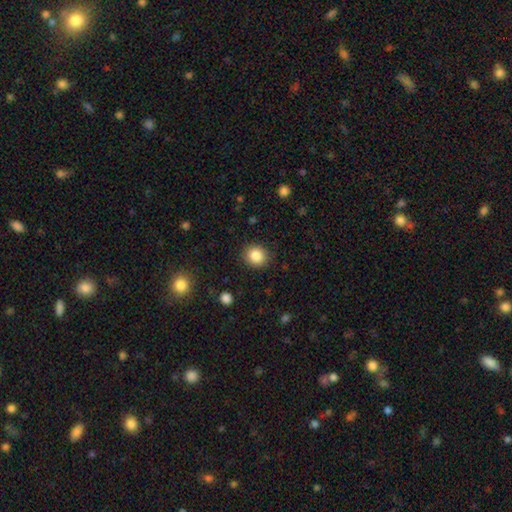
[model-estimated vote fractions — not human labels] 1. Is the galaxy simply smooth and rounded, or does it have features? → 86% smooth, 10% star or artifact, 5% featured or disk.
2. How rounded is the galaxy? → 79% round, 20% in between, 1% cigar-shaped.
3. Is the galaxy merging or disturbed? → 89% none, 8% minor disturbance, 3% major disturbance, 1% merger.